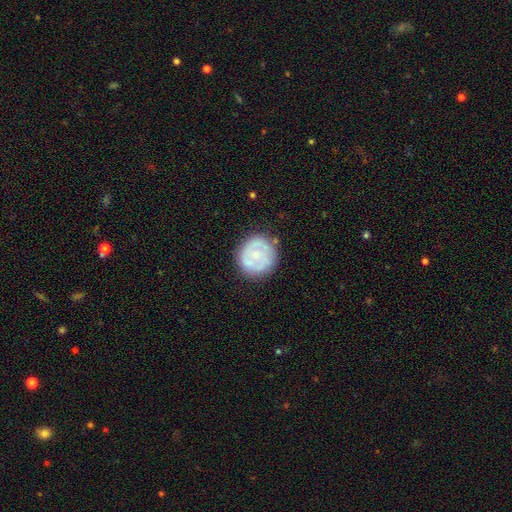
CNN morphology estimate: featured or disk 58%, smooth 36%, star or artifact 6%. Down the decision tree: edge-on disk — no (98%); bar — no (75%); spiral arms — yes (58%); bulge size — small (52%); merging — none (77%).